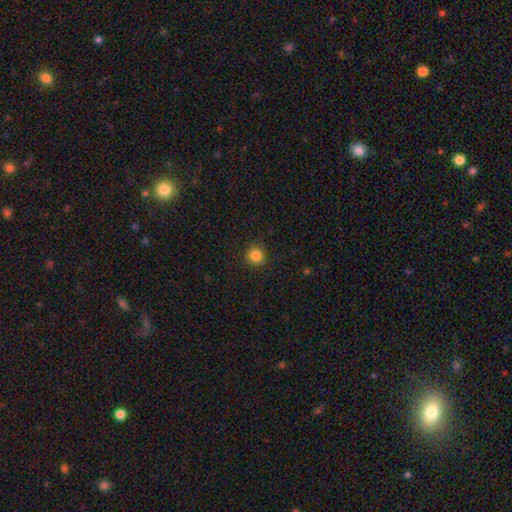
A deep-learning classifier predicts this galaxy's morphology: A smooth galaxy with no disk features (84%) that is round (94%). Merging: none (89%).